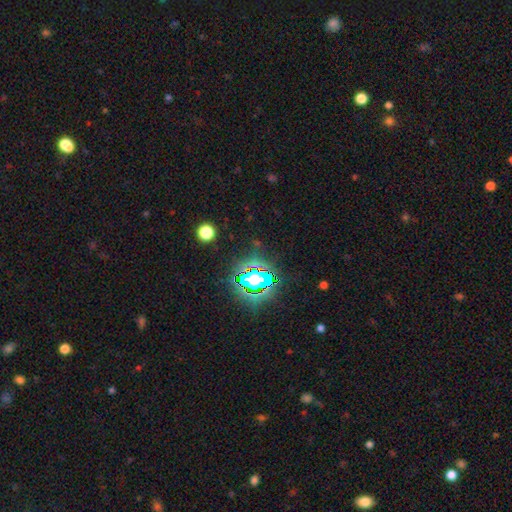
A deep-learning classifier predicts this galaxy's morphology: Smooth or featured? star or artifact (79%)